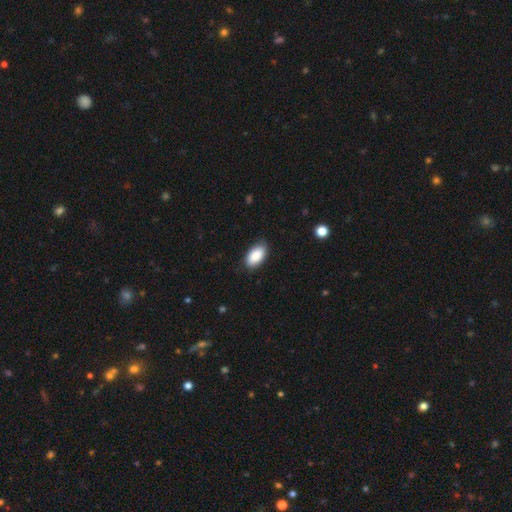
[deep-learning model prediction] The model was most divided on "merging": none: 83%, minor disturbance: 13%, major disturbance: 3%, merger: 1%. More confident: how rounded — in between (95%); smooth or featured — smooth (89%).